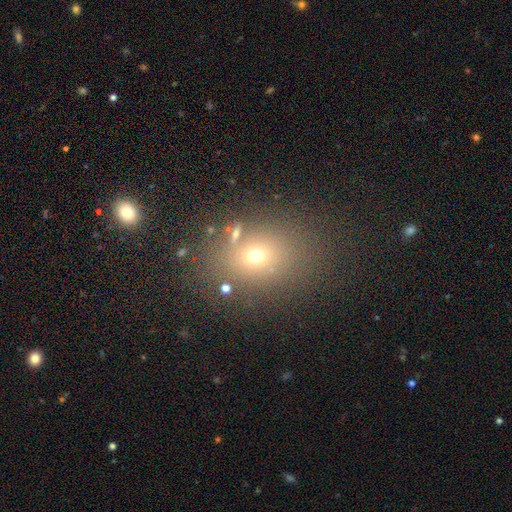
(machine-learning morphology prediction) A smooth galaxy with no disk features (63%) that is in between round and cigar-shaped (57%).

Vote fractions:
- Smooth or featured? smooth: 63% / star or artifact: 23% / featured or disk: 14%
- How rounded? in between: 57% / round: 41% / cigar-shaped: 1%
- Merging? none: 78% / minor disturbance: 11% / merger: 6% / major disturbance: 5%